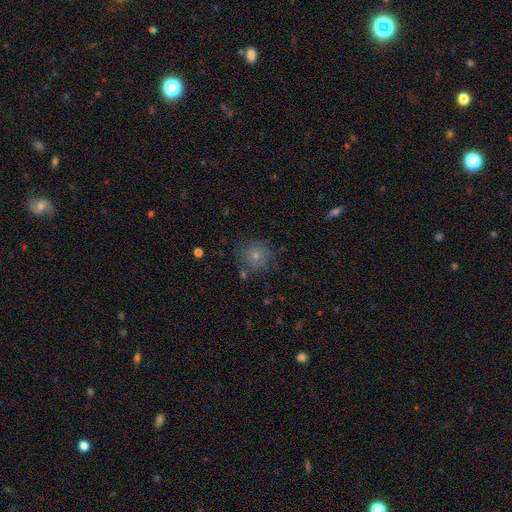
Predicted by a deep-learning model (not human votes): Smooth or featured? smooth (75%)
How rounded? round (90%)
Merging? none (76%)